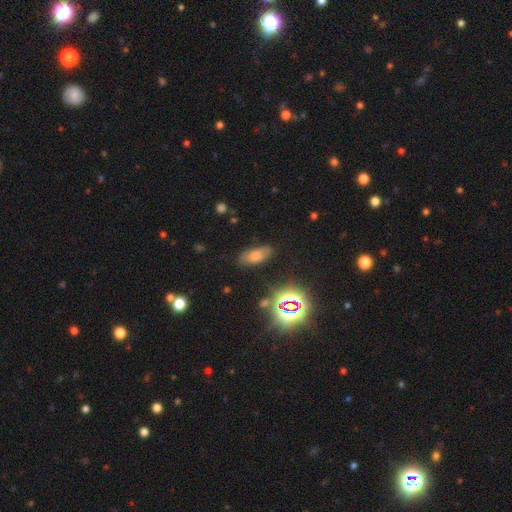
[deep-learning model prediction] Overall: smooth (66%). How rounded: in between (85%). Merging: none (73%).